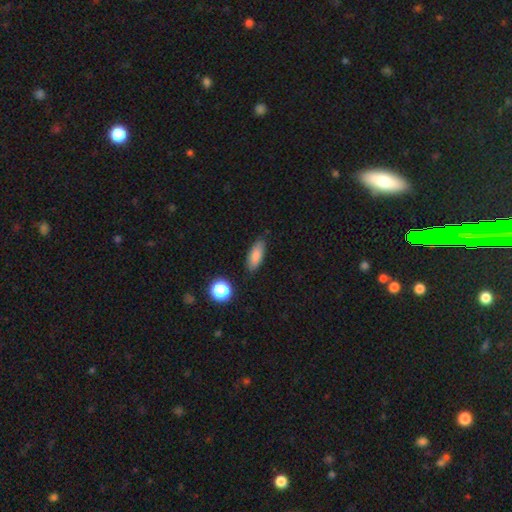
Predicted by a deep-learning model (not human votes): Q: Smooth or featured?
A: smooth (81%); runner-up: featured or disk (9%)
Q: How rounded?
A: in between (75%); runner-up: cigar-shaped (21%)
Q: Merging?
A: none (80%); runner-up: minor disturbance (15%)